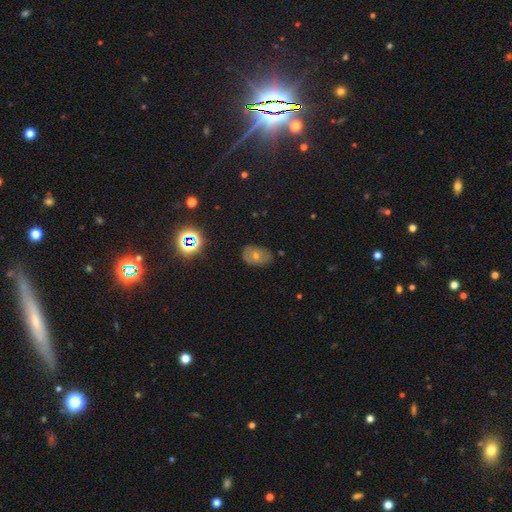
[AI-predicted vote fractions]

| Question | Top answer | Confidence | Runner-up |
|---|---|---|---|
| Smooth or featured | smooth | 43% | featured or disk (30%) |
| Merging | none | 73% | minor disturbance (20%) |